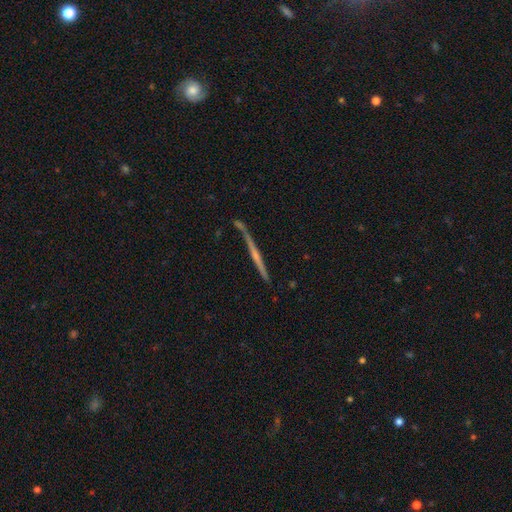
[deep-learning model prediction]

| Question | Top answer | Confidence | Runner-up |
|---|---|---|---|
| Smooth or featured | featured or disk | 65% | smooth (23%) |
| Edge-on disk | yes | 95% | no (5%) |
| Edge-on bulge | none | 46% | rounded (43%) |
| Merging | none | 84% | minor disturbance (9%) |